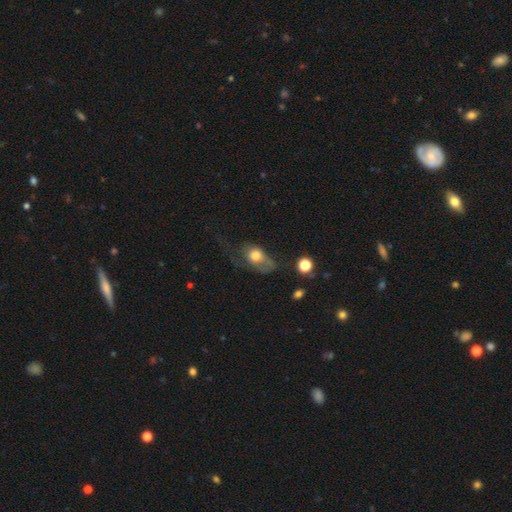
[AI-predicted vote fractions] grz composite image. It shows a smooth galaxy with no disk features (66%) that is in between round and cigar-shaped (64%). Merging: major disturbance (51%).